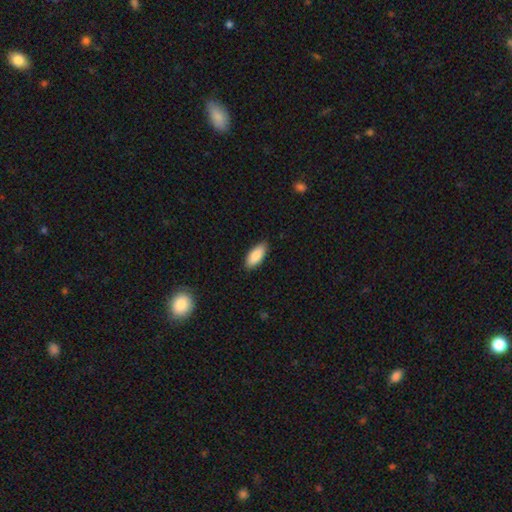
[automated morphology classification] Q: Smooth or featured?
A: smooth (88%); runner-up: featured or disk (7%)
Q: How rounded?
A: in between (87%); runner-up: cigar-shaped (11%)
Q: Merging?
A: none (87%); runner-up: minor disturbance (10%)